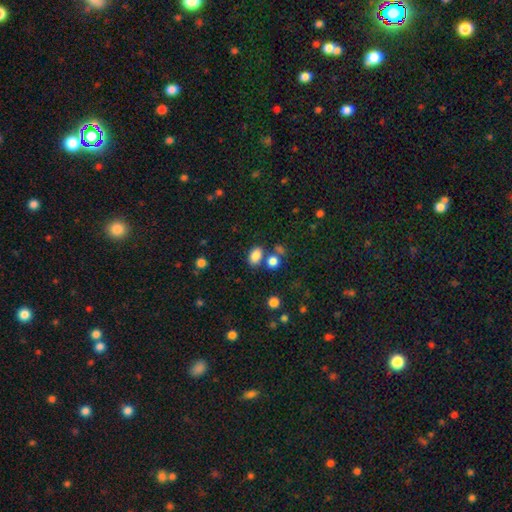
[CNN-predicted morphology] This appears to be a smooth galaxy with no disk features (84%) that is in between round and cigar-shaped (82%). Merging: none (69%).